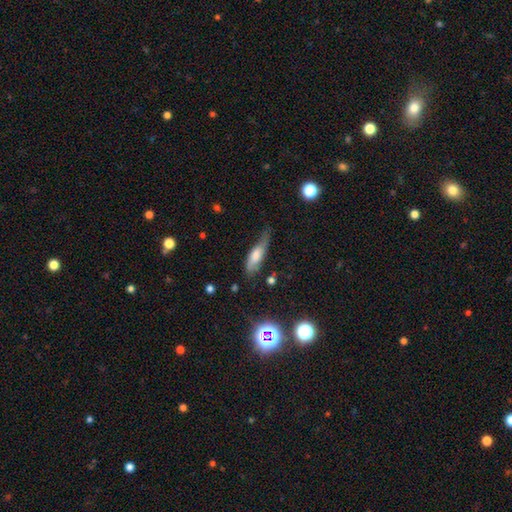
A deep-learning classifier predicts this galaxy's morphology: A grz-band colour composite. It shows a smooth galaxy with no disk features (61%) that is in between round and cigar-shaped (51%). Merging: none (41%).